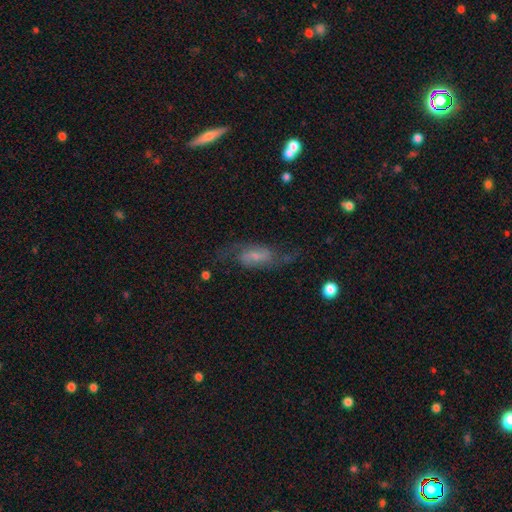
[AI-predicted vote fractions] Q: Smooth or featured?
A: featured or disk (71%); runner-up: smooth (20%)
Q: Edge-on disk?
A: no (92%); runner-up: yes (8%)
Q: Bar?
A: weak (51%); runner-up: no (29%)
Q: Spiral arms?
A: yes (91%); runner-up: no (9%)
Q: Spiral winding?
A: loose (51%); runner-up: medium (38%)
Q: Spiral arm count?
A: 2 (87%); runner-up: can't tell (6%)
Q: Bulge size?
A: small (48%); runner-up: moderate (29%)
Q: Merging?
A: none (62%); runner-up: minor disturbance (18%)